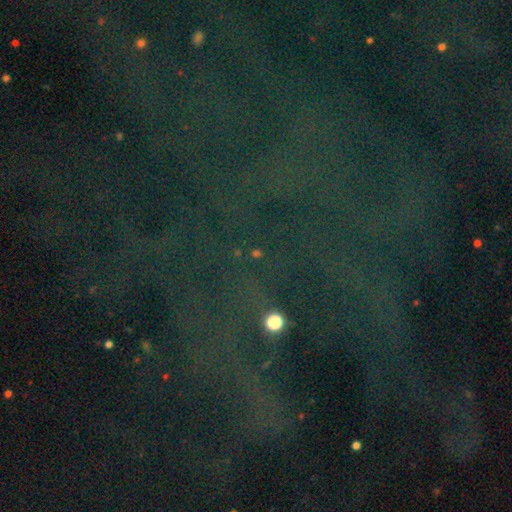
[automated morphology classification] This appears to be a star or artifact, not a galaxy (81%).